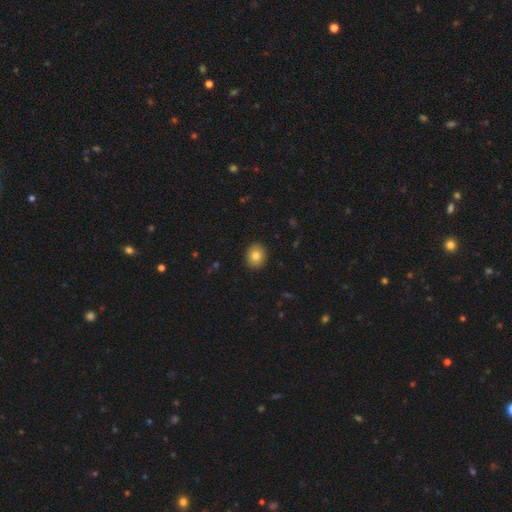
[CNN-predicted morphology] A smooth galaxy with no disk features (82%) that is round (65%). Merging: none (91%).